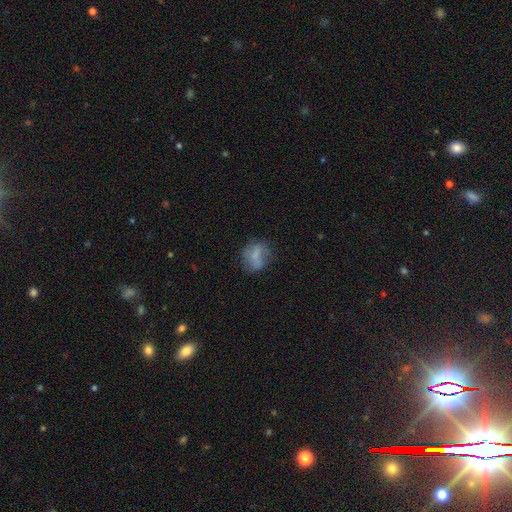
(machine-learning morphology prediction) type=smooth (61%); roundness=round (53%); merging=none (60%).